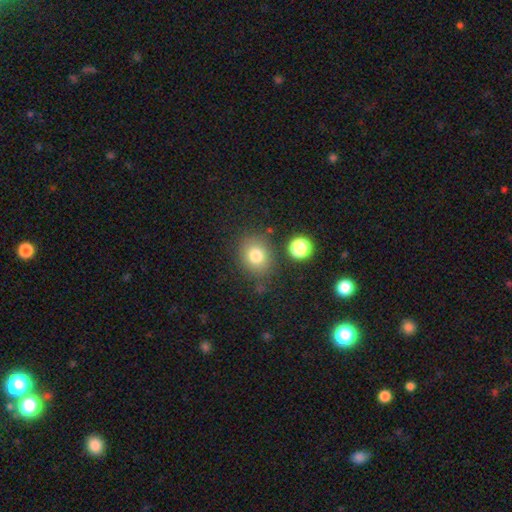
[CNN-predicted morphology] Smooth or featured?
  - smooth: 79% *
  - star or artifact: 12%
  - featured or disk: 9%
How rounded?
  - round: 70% *
  - in between: 29%
  - cigar-shaped: 1%
Merging?
  - none: 78% *
  - minor disturbance: 12%
  - merger: 6%
  - major disturbance: 4%